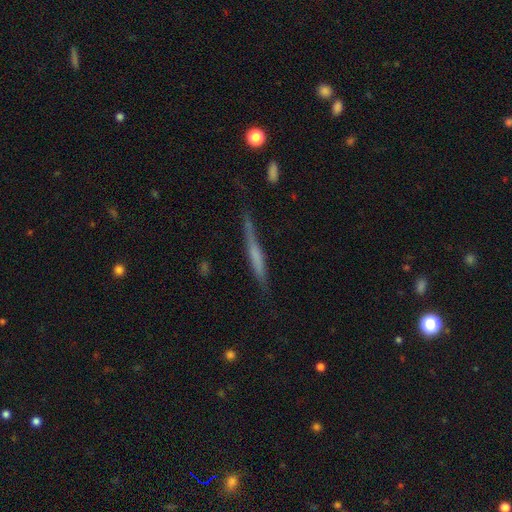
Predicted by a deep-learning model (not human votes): Overall: featured or disk (54%; smooth 39%). Edge-on disk: yes (95%). Edge-on bulge: none (63%). Merging: none (75%).